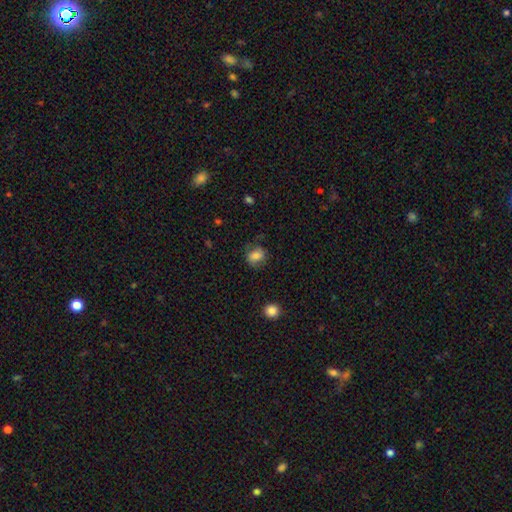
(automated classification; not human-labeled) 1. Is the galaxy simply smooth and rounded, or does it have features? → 77% smooth, 13% featured or disk, 10% star or artifact.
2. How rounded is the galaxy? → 50% round, 48% in between, 1% cigar-shaped.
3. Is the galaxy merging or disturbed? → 70% none, 20% minor disturbance, 8% major disturbance, 2% merger.